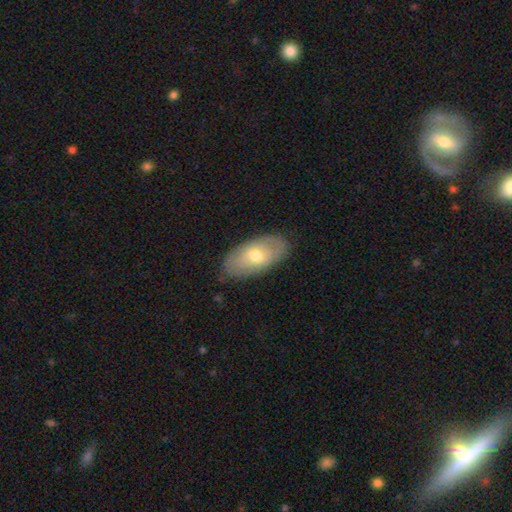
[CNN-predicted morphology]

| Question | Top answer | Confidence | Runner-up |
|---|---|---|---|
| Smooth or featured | smooth | 53% | featured or disk (40%) |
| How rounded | in between | 92% | cigar-shaped (5%) |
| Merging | none | 83% | minor disturbance (13%) |